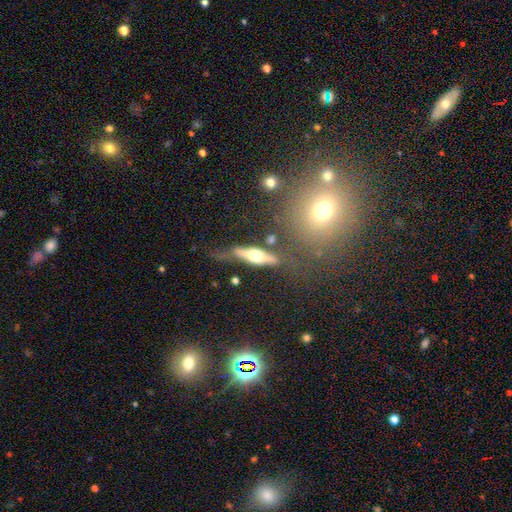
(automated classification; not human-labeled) smooth-or-featured: featured or disk: 60% | smooth: 34% | star or artifact: 6%
  disk-edge-on: yes: 87% | no: 13%
    edge-on-bulge: rounded: 92% | boxy: 5% | none: 3%
  merging: none: 64% | minor disturbance: 20% | major disturbance: 9% | merger: 7%